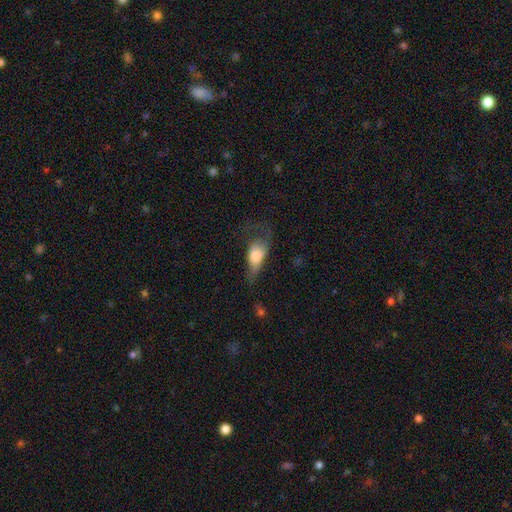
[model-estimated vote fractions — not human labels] smooth-or-featured: smooth: 70% | featured or disk: 22% | star or artifact: 8%
  how-rounded: in between: 82% | cigar-shaped: 9% | round: 8%
  merging: major disturbance: 53% | minor disturbance: 24% | none: 19% | merger: 4%